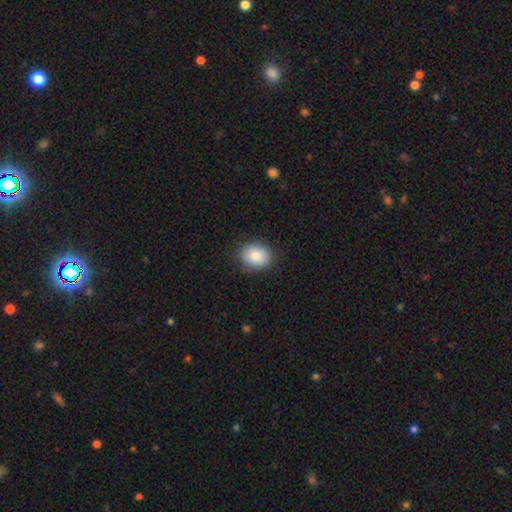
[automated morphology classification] smooth-or-featured: smooth: 83% | featured or disk: 9% | star or artifact: 8%
  how-rounded: round: 57% | in between: 42% | cigar-shaped: 1%
  merging: none: 86% | minor disturbance: 10% | major disturbance: 3% | merger: 1%